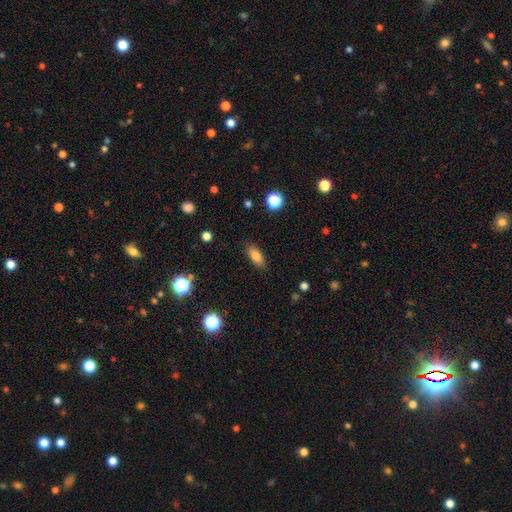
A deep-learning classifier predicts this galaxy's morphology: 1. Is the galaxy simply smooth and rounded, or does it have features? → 81% smooth, 10% featured or disk, 9% star or artifact.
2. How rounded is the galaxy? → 78% in between, 18% cigar-shaped, 4% round.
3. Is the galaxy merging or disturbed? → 86% none, 10% minor disturbance, 3% major disturbance, 1% merger.